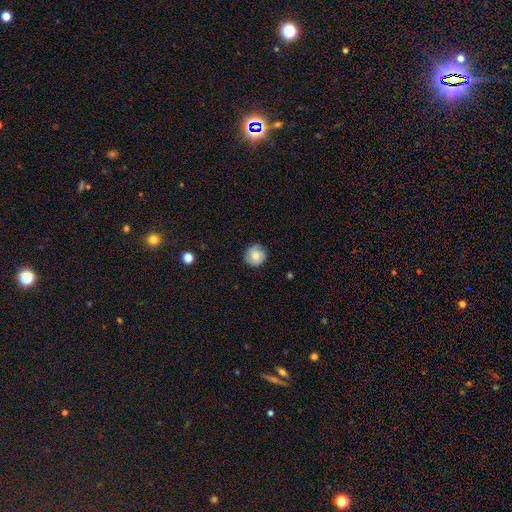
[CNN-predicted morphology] This appears to be a smooth galaxy with no disk features (70%) that is round (91%). Merging: none (81%).